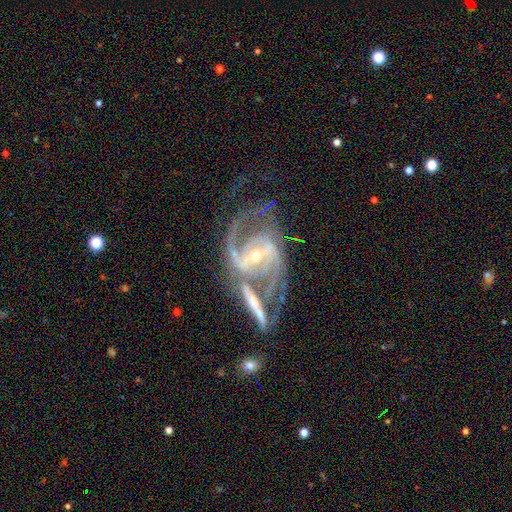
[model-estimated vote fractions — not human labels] A featured or disk galaxy (92%) with a strong bar (46%), 2 (80%) medium (54%) spiral arms (98%) and a small central bulge (67%).

Vote fractions:
- Smooth or featured? featured or disk: 92% / star or artifact: 6% / smooth: 3%
- Edge-on disk? no: 97% / yes: 3%
- Bar? strong: 46% / weak: 34% / no: 20%
- Spiral arms? yes: 98% / no: 2%
- Spiral winding? medium: 54% / tight: 27% / loose: 19%
- Spiral arm count? 2: 80% / 3: 7% / can't tell: 5% / 1: 3% / 4: 2% / more than 4: 2%
- Bulge size? small: 67% / moderate: 29% / large: 1% / none: 1% / dominant: 1%
- Merging? merger: 35% / none: 32% / major disturbance: 17% / minor disturbance: 16%